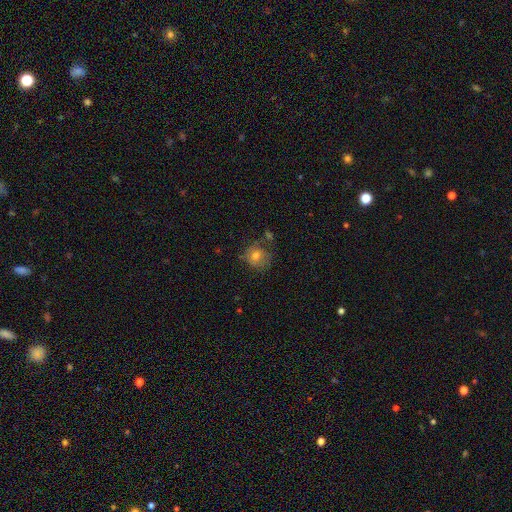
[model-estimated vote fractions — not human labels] smooth_or_featured: smooth (p=0.60) [alt: featured or disk p=0.29]
how_rounded: round (p=0.76) [alt: in between p=0.23]
merging: none (p=0.56) [alt: minor disturbance p=0.24]